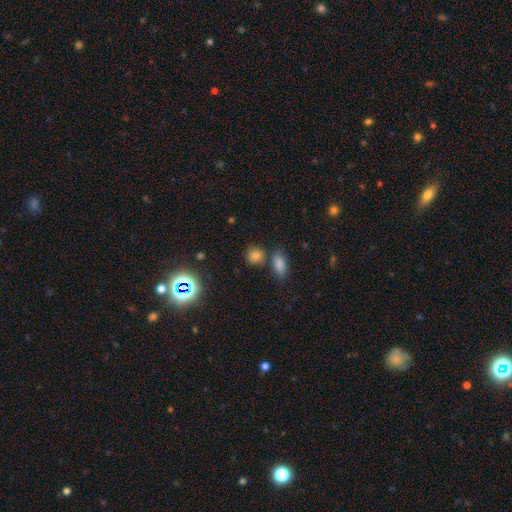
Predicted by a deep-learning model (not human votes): Smooth or featured? smooth (78%)
How rounded? round (73%)
Merging? none (72%)